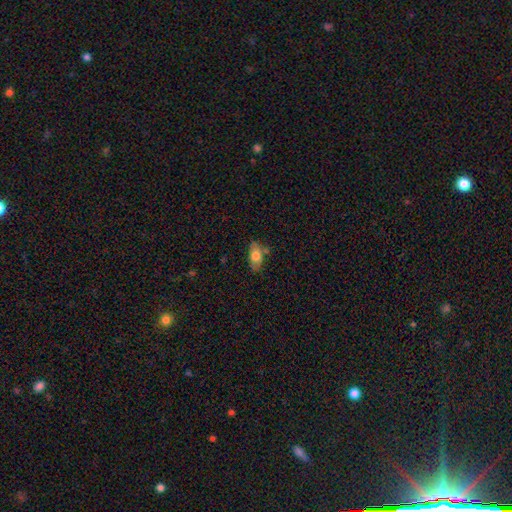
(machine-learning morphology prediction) type=smooth (72%); roundness=in between (87%); merging=none (70%).